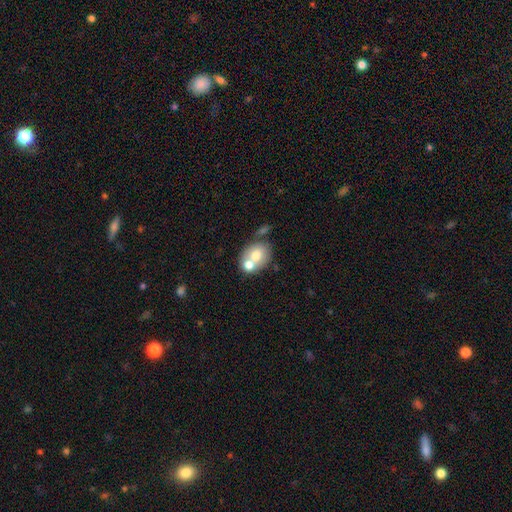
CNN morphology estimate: smooth_or_featured: smooth (p=0.67) [alt: featured or disk p=0.25]
how_rounded: in between (p=0.51) [alt: round p=0.48]
merging: merger (p=0.49) [alt: none p=0.38]